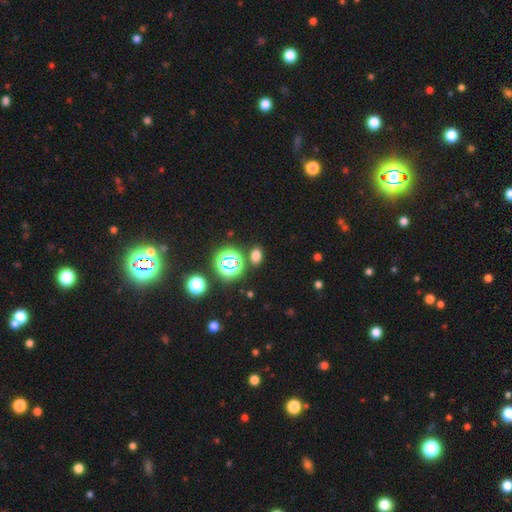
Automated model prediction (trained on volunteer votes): A smooth galaxy with no disk features (67%) that is in between round and cigar-shaped (73%). Merging: none (83%).